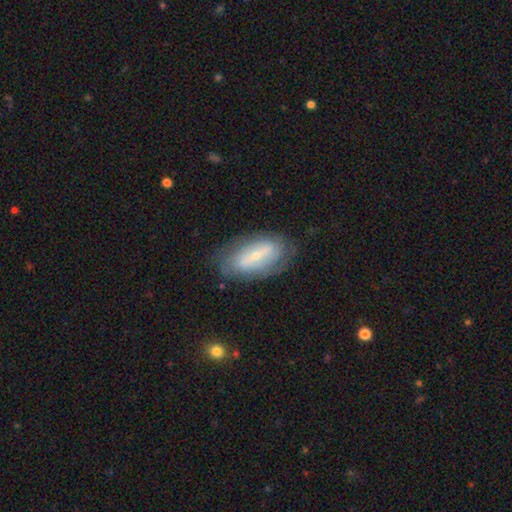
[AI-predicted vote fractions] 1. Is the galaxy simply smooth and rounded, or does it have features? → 65% featured or disk, 28% smooth, 7% star or artifact.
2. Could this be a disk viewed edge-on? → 89% no, 11% yes.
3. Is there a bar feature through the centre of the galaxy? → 41% strong, 34% weak, 24% no.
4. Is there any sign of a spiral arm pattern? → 68% yes, 32% no.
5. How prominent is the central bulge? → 67% small, 29% moderate, 2% large, 2% none, 1% dominant.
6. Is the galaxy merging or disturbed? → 75% none, 17% minor disturbance, 6% major disturbance, 2% merger.